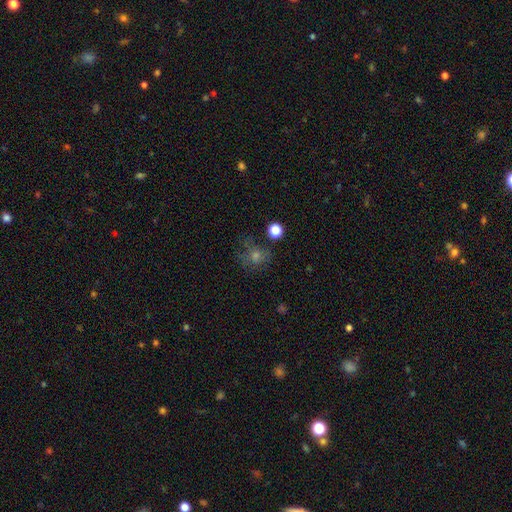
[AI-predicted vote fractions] Overall: smooth (50%; star or artifact 29%). How rounded: round (80%). Merging: none (64%).